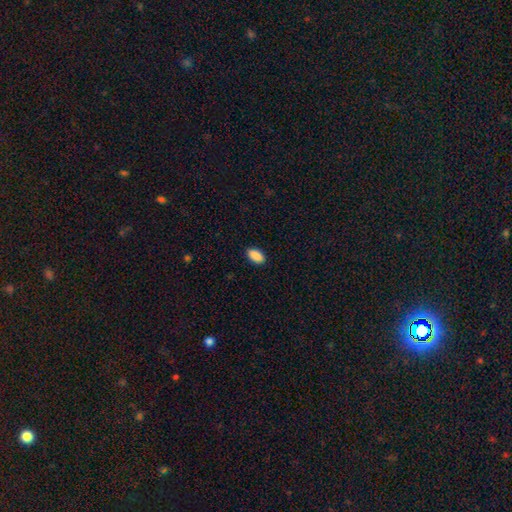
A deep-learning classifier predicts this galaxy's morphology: A smooth galaxy with no disk features (90%) that is in between round and cigar-shaped (94%).

Vote fractions:
- Smooth or featured? smooth: 90% / star or artifact: 7% / featured or disk: 3%
- How rounded? in between: 94% / round: 4% / cigar-shaped: 2%
- Merging? none: 90% / minor disturbance: 7% / major disturbance: 2% / merger: 1%